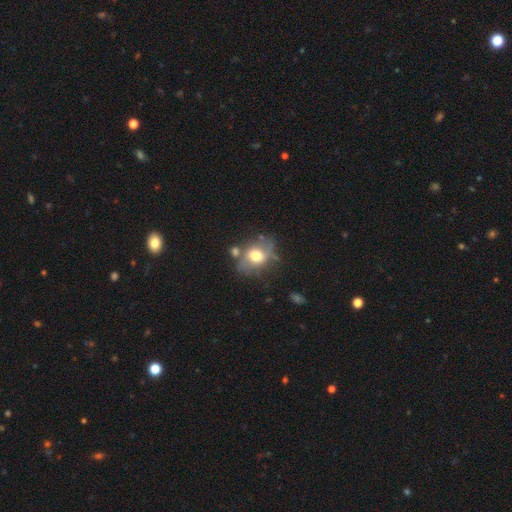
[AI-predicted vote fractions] A smooth galaxy with no disk features (51%) that is in between round and cigar-shaped (62%). Merging: none (57%).